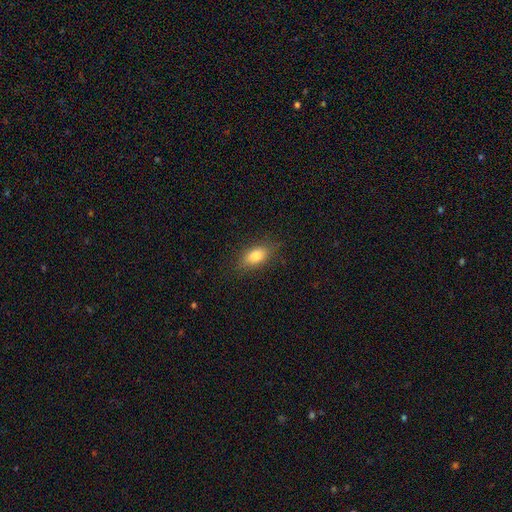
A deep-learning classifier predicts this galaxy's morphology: Smooth or featured? smooth (82%)
How rounded? in between (85%)
Merging? none (83%)